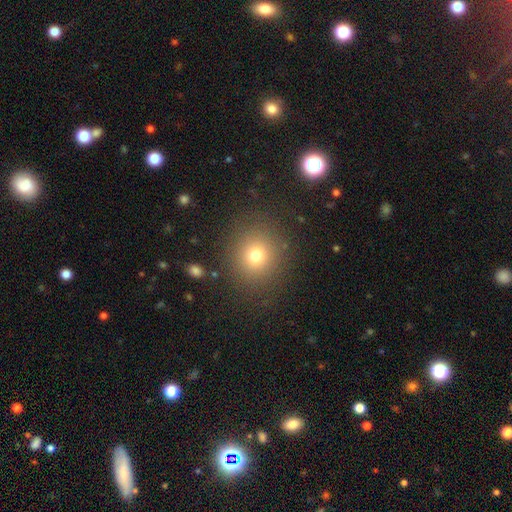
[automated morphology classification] type=smooth (74%); roundness=round (84%); merging=none (86%).